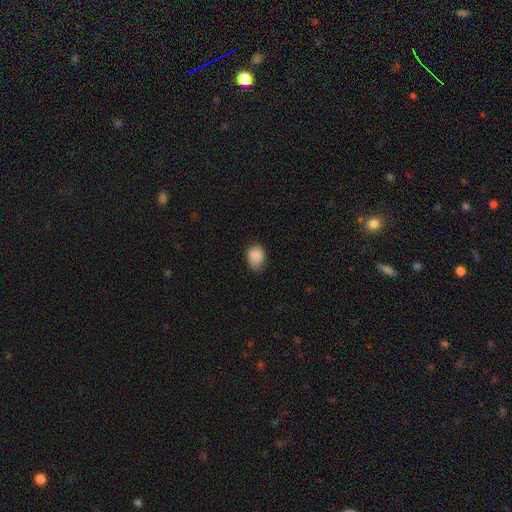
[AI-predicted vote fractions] Morphology: type=smooth (88%); roundness=in between (57%); merging=none (66%).